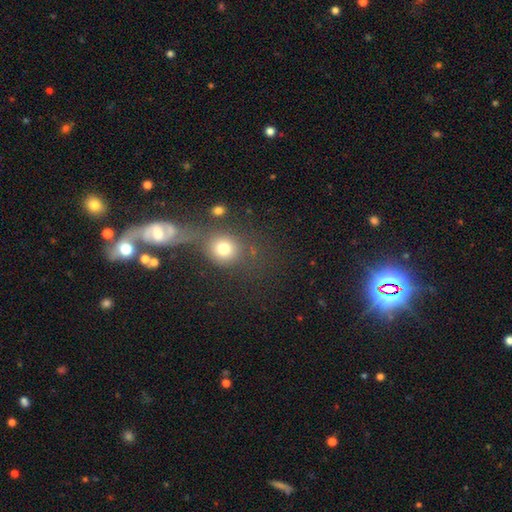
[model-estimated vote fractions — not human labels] smooth 49%, star or artifact 36%, featured or disk 15%. Down the decision tree: merging — none (45%).